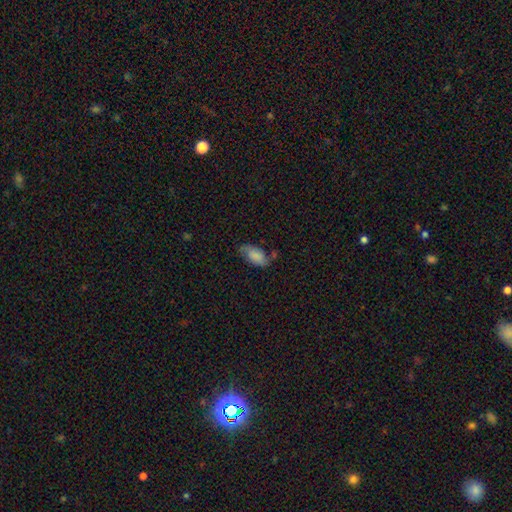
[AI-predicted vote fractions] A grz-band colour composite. It shows a smooth galaxy with no disk features (74%) that is in between round and cigar-shaped (92%). Merging: none (60%).